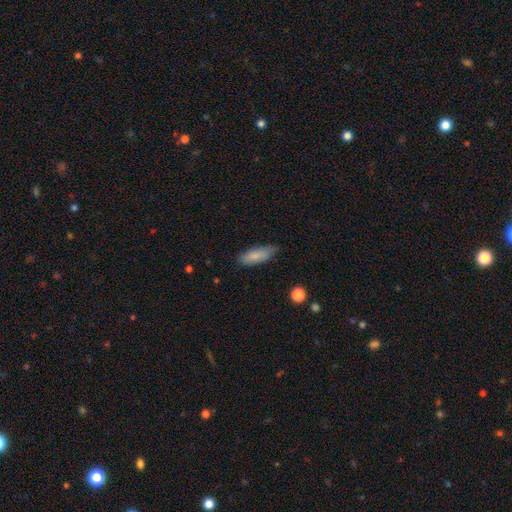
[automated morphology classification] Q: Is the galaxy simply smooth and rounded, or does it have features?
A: smooth — 84%.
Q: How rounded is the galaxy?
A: in between — 63%.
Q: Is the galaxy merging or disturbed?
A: none — 79%.